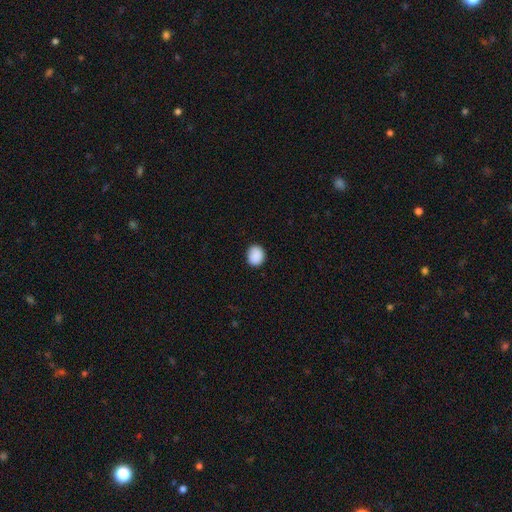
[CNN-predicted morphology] Smooth or featured: smooth — 90% (star or artifact — 8%)
How rounded: round — 70% (in between — 29%)
Merging: none — 87% (minor disturbance — 10%)